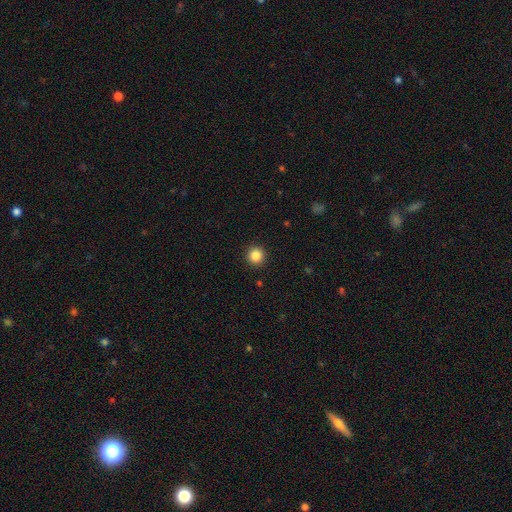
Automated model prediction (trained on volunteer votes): Smooth or featured? Predicted: smooth (p=0.85). How rounded? Predicted: round (p=0.95). Merging? Predicted: none (p=0.93).